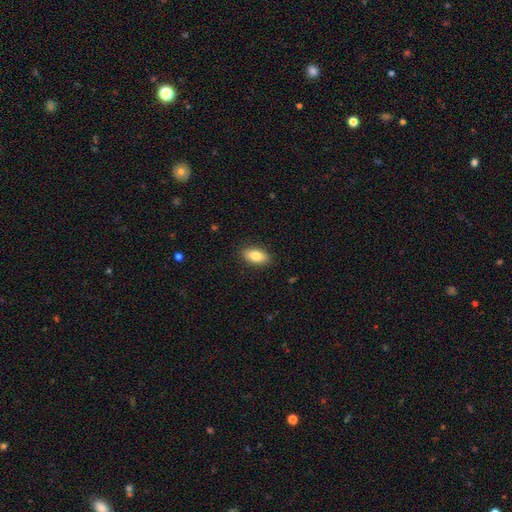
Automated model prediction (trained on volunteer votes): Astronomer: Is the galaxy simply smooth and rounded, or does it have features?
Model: smooth — 82%.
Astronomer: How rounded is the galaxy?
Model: in between — 89%.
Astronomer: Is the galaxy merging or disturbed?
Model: none — 89%.